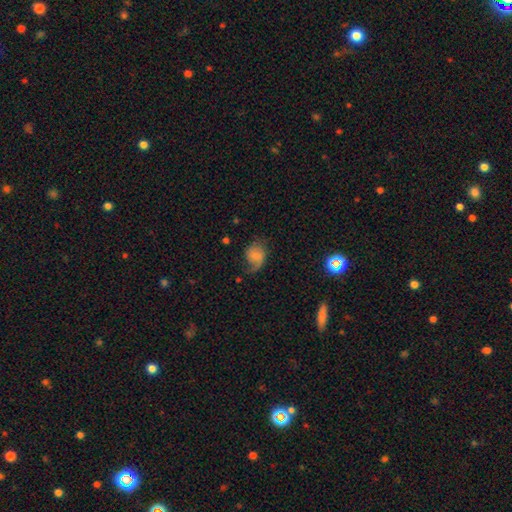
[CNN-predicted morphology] smooth_or_featured: smooth (p=0.47) [alt: featured or disk p=0.43]
merging: none (p=0.47) [alt: minor disturbance p=0.29]